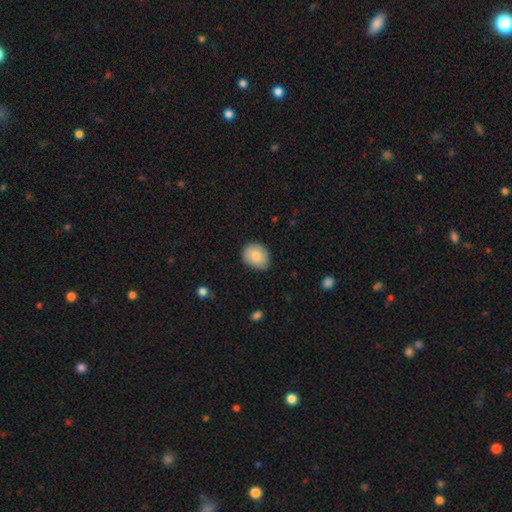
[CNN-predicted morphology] smooth_or_featured: smooth (p=0.80) [alt: featured or disk p=0.14]
how_rounded: round (p=0.51) [alt: in between p=0.48]
merging: none (p=0.80) [alt: minor disturbance p=0.16]